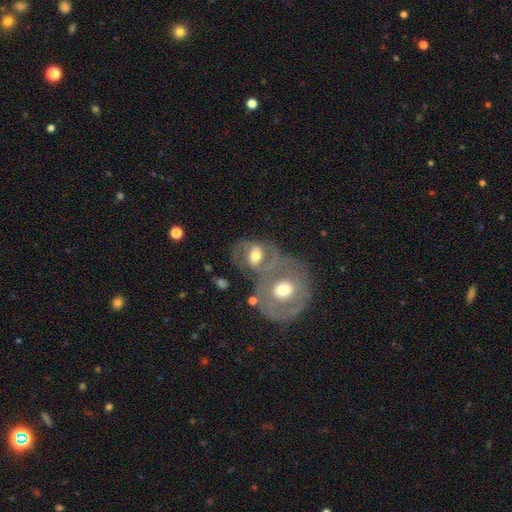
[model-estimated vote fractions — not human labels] Smooth or featured: featured or disk — 59% (smooth — 33%)
Edge-on disk: no — 96% (yes — 4%)
Bar: no — 45% (weak — 35%)
Spiral arms: yes — 59% (no — 41%)
Bulge size: moderate — 67% (large — 18%)
Merging: merger — 43% (none — 35%)